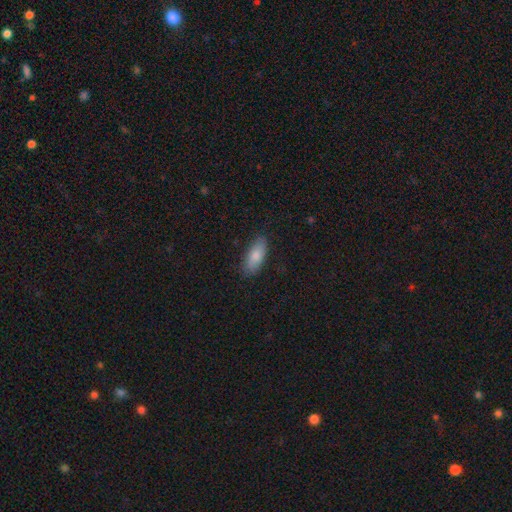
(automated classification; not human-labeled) smooth_or_featured: smooth (p=0.84) [alt: featured or disk p=0.10]
how_rounded: in between (p=0.81) [alt: cigar-shaped p=0.17]
merging: none (p=0.85) [alt: minor disturbance p=0.12]